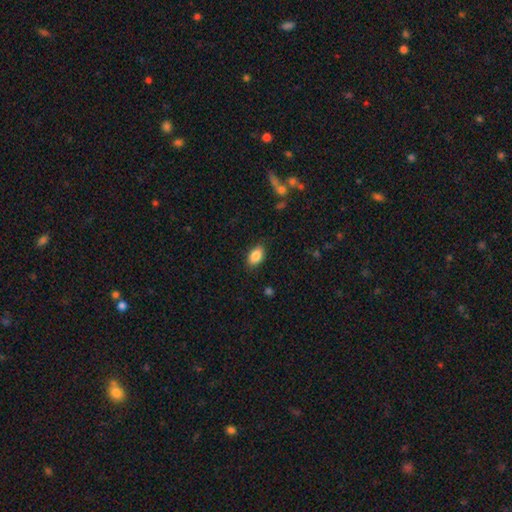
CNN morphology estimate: The model was most divided on "merging": none: 85%, minor disturbance: 11%, major disturbance: 3%, merger: 1%. More confident: how rounded — in between (90%); smooth or featured — smooth (86%).